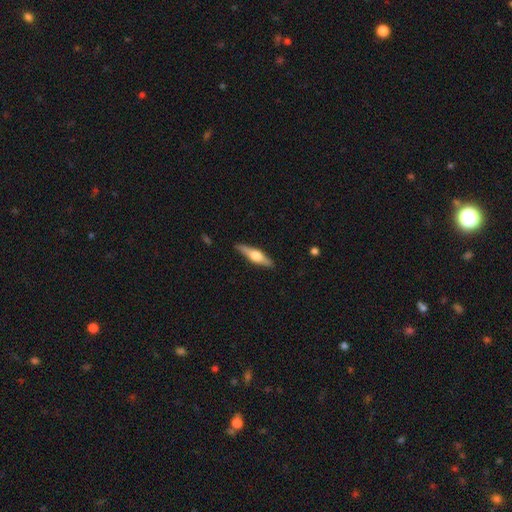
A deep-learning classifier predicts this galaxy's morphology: Smooth or featured? Predicted: featured or disk (p=0.65). Edge-on disk? Predicted: yes (p=0.96). Edge-on bulge? Predicted: rounded (p=0.94). Merging? Predicted: none (p=0.89).